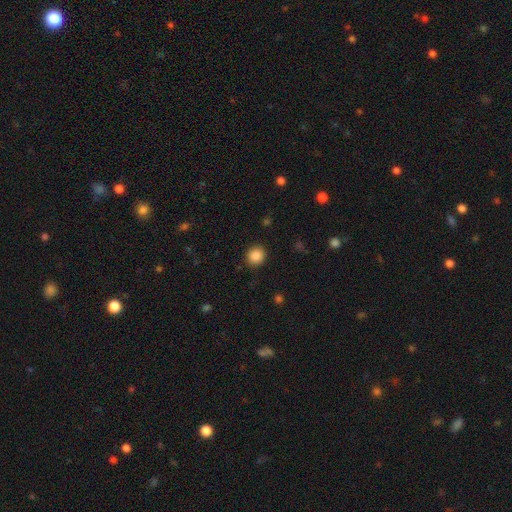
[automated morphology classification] This is clearly a smooth galaxy (87%). How rounded: clearly round (88%). Merging: clearly none (90%).